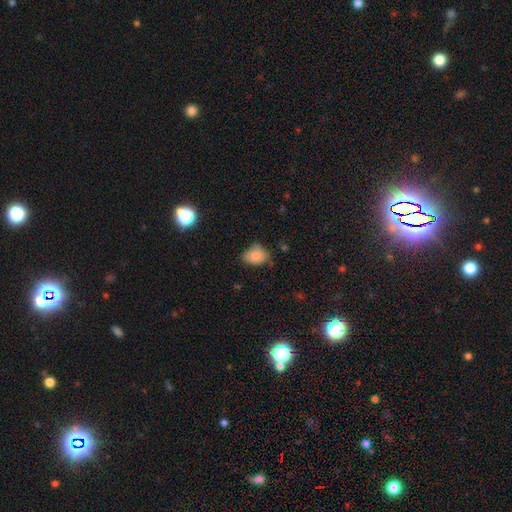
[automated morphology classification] smooth_or_featured: smooth (p=0.81) [alt: featured or disk p=0.10]
how_rounded: in between (p=0.69) [alt: round p=0.30]
merging: none (p=0.58) [alt: minor disturbance p=0.32]